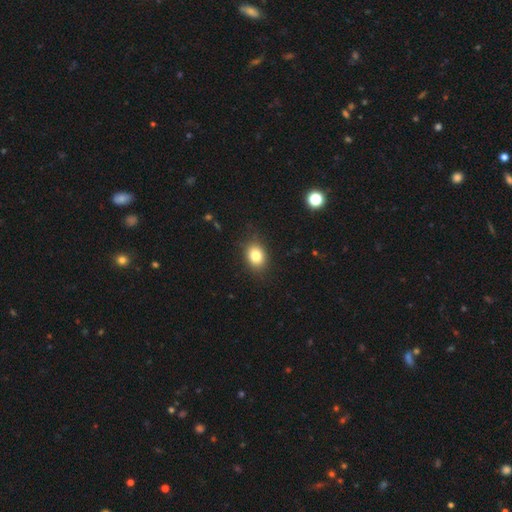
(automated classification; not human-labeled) smooth 81%, star or artifact 10%, featured or disk 9%. Down the decision tree: how rounded — in between (62%); merging — none (83%).